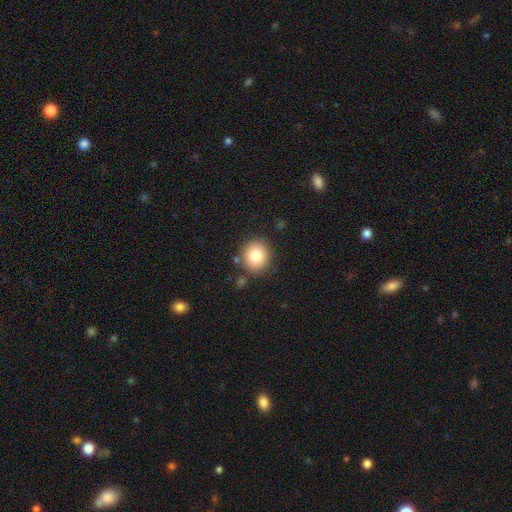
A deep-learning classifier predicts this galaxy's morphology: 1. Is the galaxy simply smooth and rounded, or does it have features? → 82% smooth, 10% star or artifact, 8% featured or disk.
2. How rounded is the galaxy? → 83% round, 16% in between, 1% cigar-shaped.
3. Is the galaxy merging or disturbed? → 84% none, 9% minor disturbance, 4% merger, 3% major disturbance.